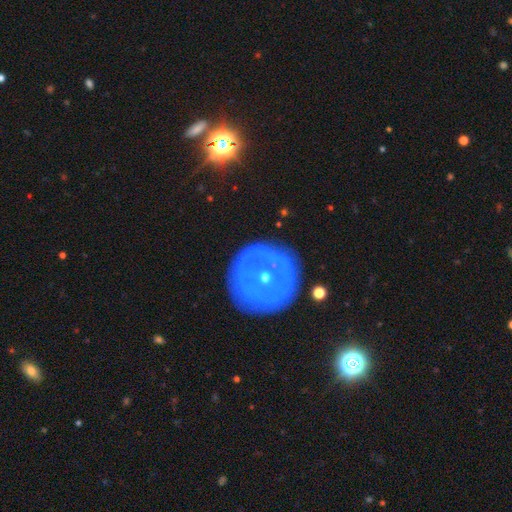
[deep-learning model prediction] featured or disk 72%, smooth 21%, star or artifact 8%. Down the decision tree: edge-on disk — no (91%); bar — no (57%); spiral arms — no (77%); bulge size — moderate (73%); merging — none (77%).